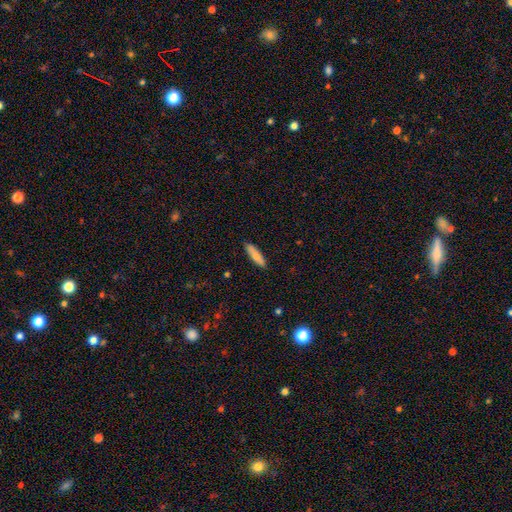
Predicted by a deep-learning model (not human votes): A smooth galaxy with no disk features (76%) that is cigar-shaped (72%).

Vote fractions:
- Smooth or featured? smooth: 76% / featured or disk: 18% / star or artifact: 6%
- How rounded? cigar-shaped: 72% / in between: 27% / round: 2%
- Merging? none: 89% / minor disturbance: 8% / major disturbance: 2% / merger: 1%